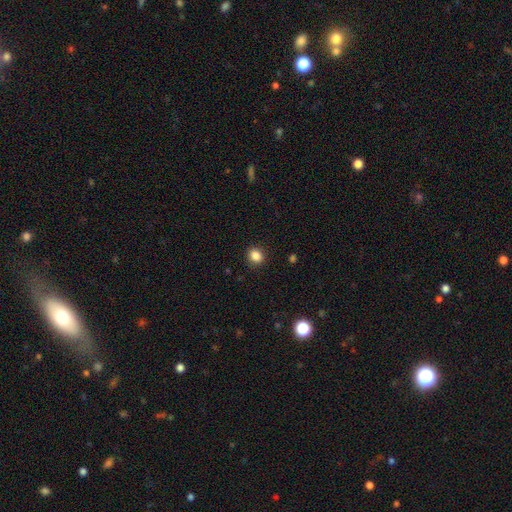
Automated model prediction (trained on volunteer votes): smooth-or-featured: smooth: 86% | star or artifact: 10% | featured or disk: 3%
  how-rounded: round: 62% | in between: 37% | cigar-shaped: 1%
  merging: none: 89% | minor disturbance: 7% | major disturbance: 2% | merger: 1%